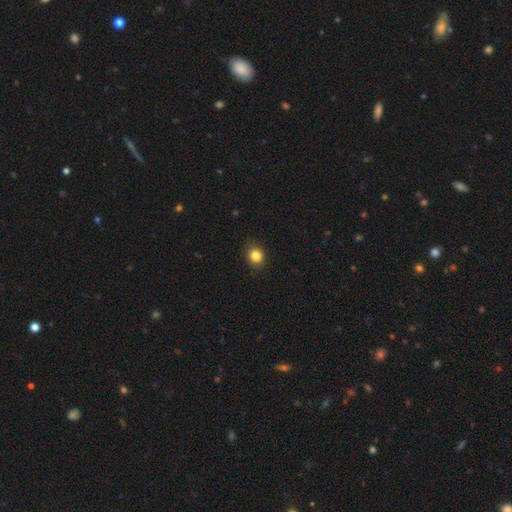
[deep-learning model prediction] Q: Smooth or featured?
A: smooth (84%); runner-up: star or artifact (11%)
Q: How rounded?
A: round (77%); runner-up: in between (22%)
Q: Merging?
A: none (89%); runner-up: minor disturbance (8%)